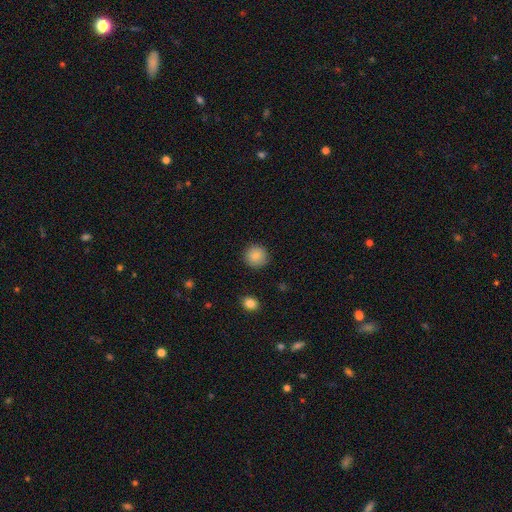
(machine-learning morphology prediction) Smooth or featured? Predicted: smooth (p=0.85). How rounded? Predicted: round (p=0.94). Merging? Predicted: none (p=0.89).